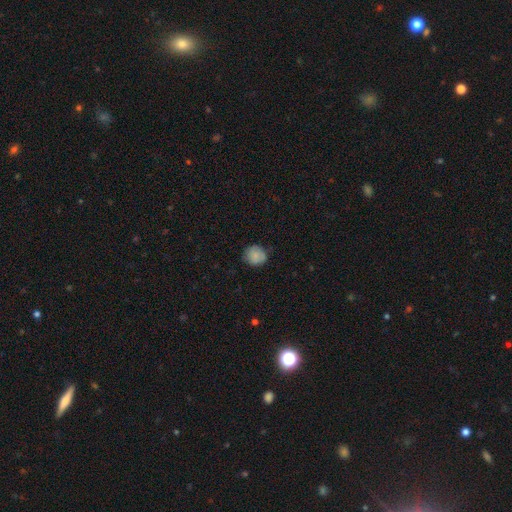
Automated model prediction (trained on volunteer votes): A smooth galaxy with no disk features (82%) that is round (83%).

Vote fractions:
- Smooth or featured? smooth: 82% / featured or disk: 10% / star or artifact: 8%
- How rounded? round: 83% / in between: 16% / cigar-shaped: 1%
- Merging? none: 76% / minor disturbance: 19% / major disturbance: 4% / merger: 1%